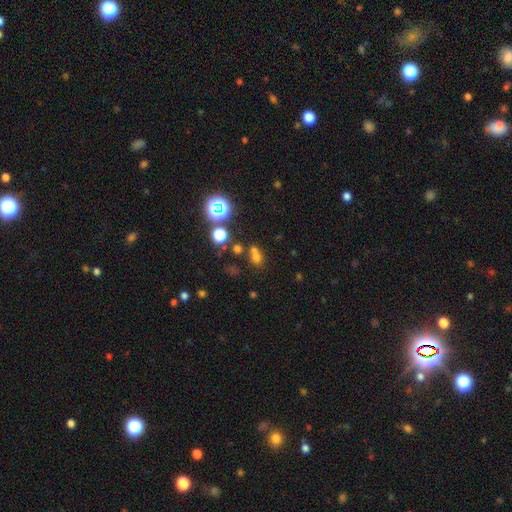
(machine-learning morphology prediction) Smooth or featured?
  - smooth: 58% *
  - star or artifact: 31%
  - featured or disk: 11%
How rounded?
  - round: 72% *
  - in between: 26%
  - cigar-shaped: 1%
Merging?
  - none: 47% *
  - merger: 40%
  - minor disturbance: 9%
  - major disturbance: 5%